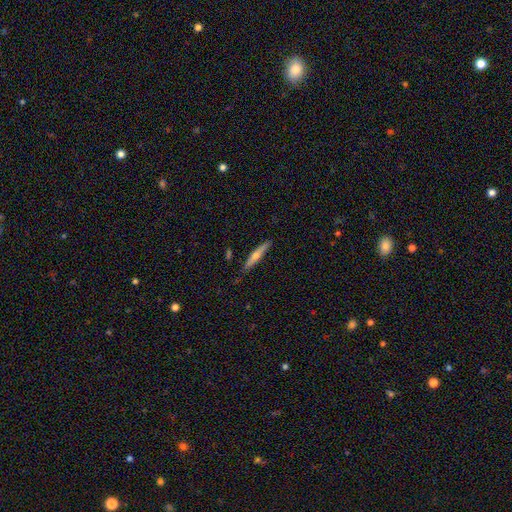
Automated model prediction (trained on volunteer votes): featured or disk 52%, smooth 42%, star or artifact 6%. Down the decision tree: edge-on disk — yes (95%); merging — none (87%).